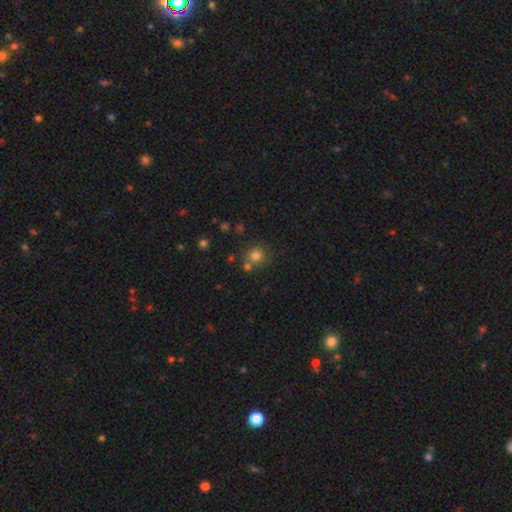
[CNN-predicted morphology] This appears to be a smooth galaxy with no disk features (78%) that is round (90%). Merging: none (70%).